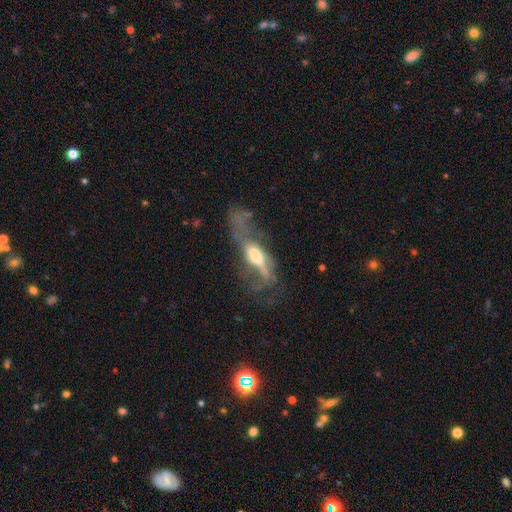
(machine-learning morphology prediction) Smooth or featured? featured or disk (64%)
Edge-on disk? no (70%)
Merging? major disturbance (48%)